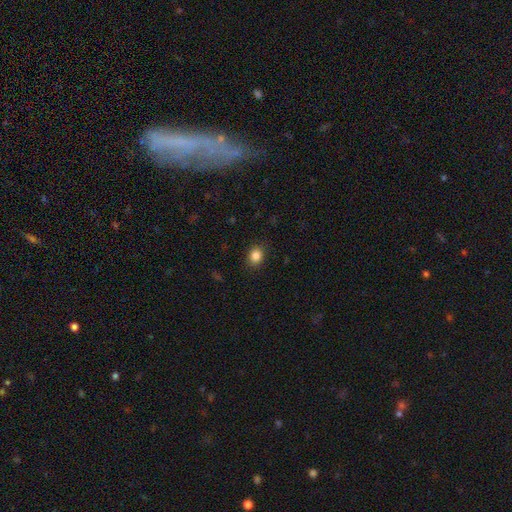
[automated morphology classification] This is clearly a smooth galaxy (86%). How rounded: possibly round (56%). Merging: clearly none (88%).